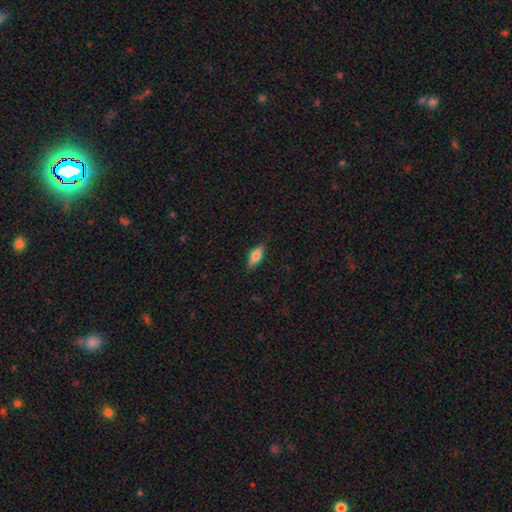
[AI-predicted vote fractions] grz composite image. It shows a smooth galaxy with no disk features (66%) that is in between round and cigar-shaped (68%). Merging: none (81%).